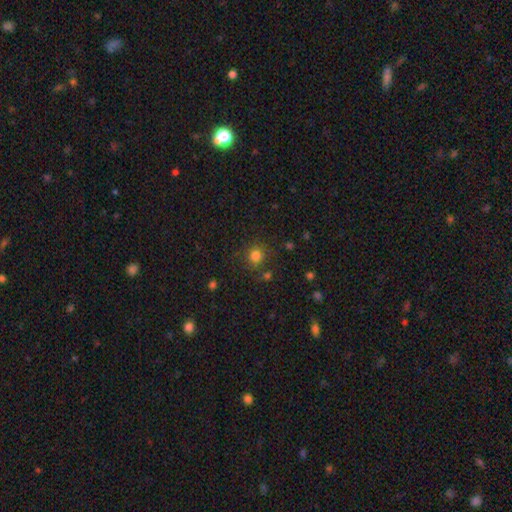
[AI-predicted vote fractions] A smooth galaxy with no disk features (79%) that is round (88%).

Vote fractions:
- Smooth or featured? smooth: 79% / star or artifact: 15% / featured or disk: 6%
- How rounded? round: 88% / in between: 11% / cigar-shaped: 1%
- Merging? none: 81% / minor disturbance: 10% / merger: 5% / major disturbance: 4%